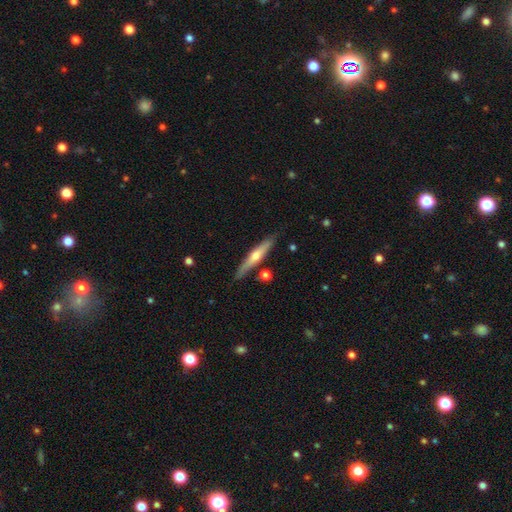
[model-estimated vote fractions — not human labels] smooth-or-featured: featured or disk: 56% | smooth: 38% | star or artifact: 6%
  disk-edge-on: yes: 94% | no: 6%
    edge-on-bulge: rounded: 82% | none: 14% | boxy: 4%
  merging: none: 84% | minor disturbance: 11% | merger: 4% | major disturbance: 2%